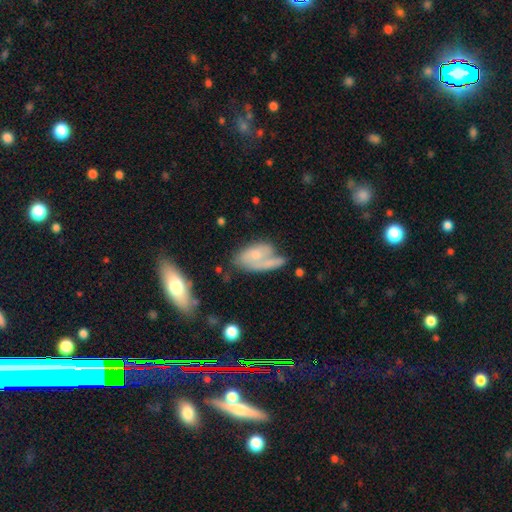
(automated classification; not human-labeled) This is possibly a smooth galaxy (52%). How rounded: clearly in between (88%). Merging: marginally merger (31%, tied with none).